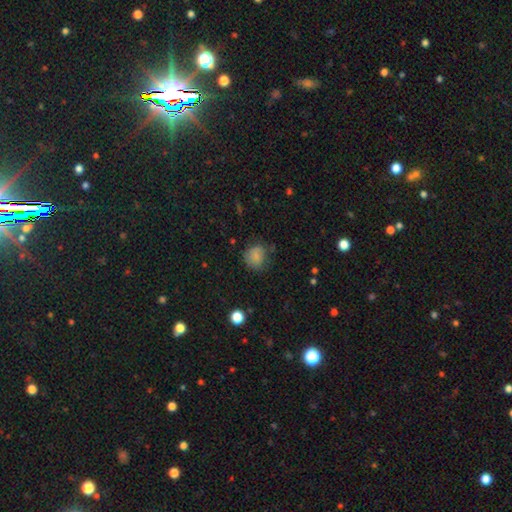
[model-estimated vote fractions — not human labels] Smooth or featured?
  - smooth: 80% *
  - star or artifact: 12%
  - featured or disk: 8%
How rounded?
  - round: 75% *
  - in between: 24%
  - cigar-shaped: 1%
Merging?
  - none: 65% *
  - minor disturbance: 25%
  - major disturbance: 8%
  - merger: 2%